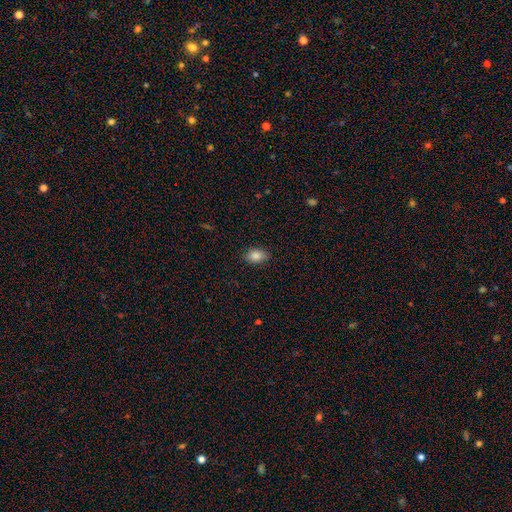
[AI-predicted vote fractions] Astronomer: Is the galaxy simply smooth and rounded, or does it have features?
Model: smooth — 85%.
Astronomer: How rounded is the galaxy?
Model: in between — 83%.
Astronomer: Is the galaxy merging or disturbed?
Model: none — 86%.